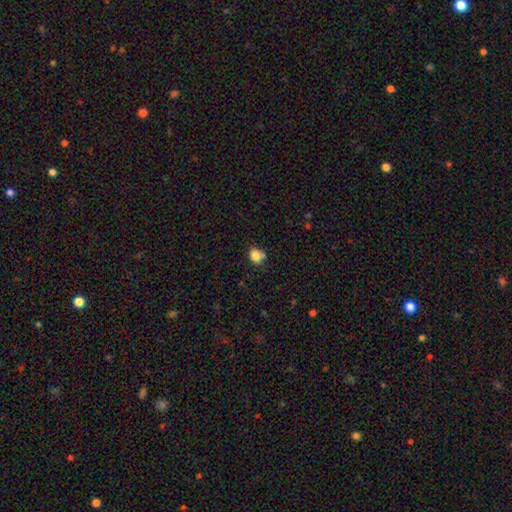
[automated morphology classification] Smooth or featured? smooth (82%)
How rounded? round (64%)
Merging? none (61%)